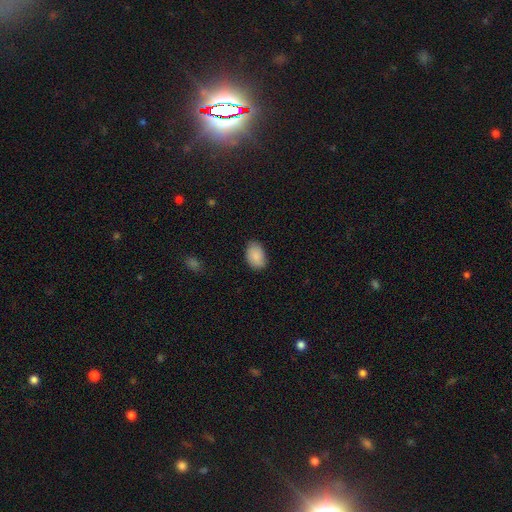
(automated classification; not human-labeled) Smooth or featured?
  - smooth: 89% *
  - star or artifact: 6%
  - featured or disk: 5%
How rounded?
  - in between: 88% *
  - round: 11%
  - cigar-shaped: 1%
Merging?
  - none: 83% *
  - minor disturbance: 13%
  - major disturbance: 3%
  - merger: 1%